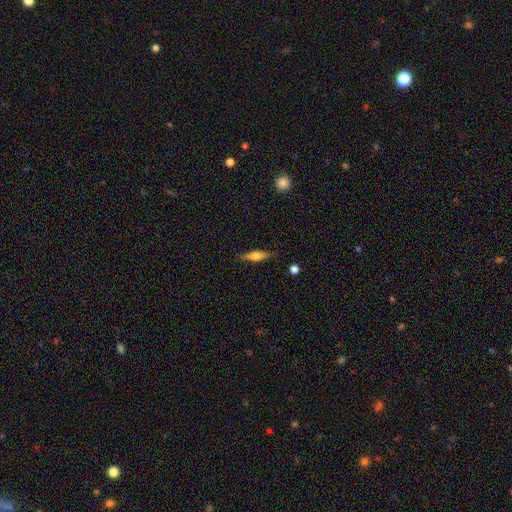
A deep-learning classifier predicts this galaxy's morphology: A smooth galaxy with no disk features (50%).

Vote fractions:
- Smooth or featured? smooth: 50% / featured or disk: 43% / star or artifact: 7%
- Merging? none: 84% / minor disturbance: 12% / major disturbance: 3% / merger: 2%